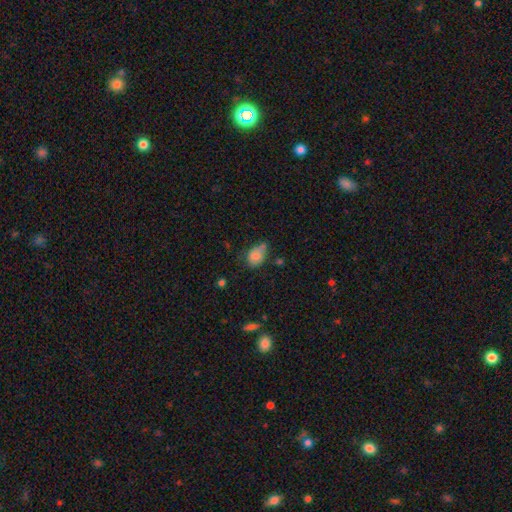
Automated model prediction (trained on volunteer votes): This is likely a smooth galaxy (79%). How rounded: likely in between (70%). Merging: marginally none (41%).